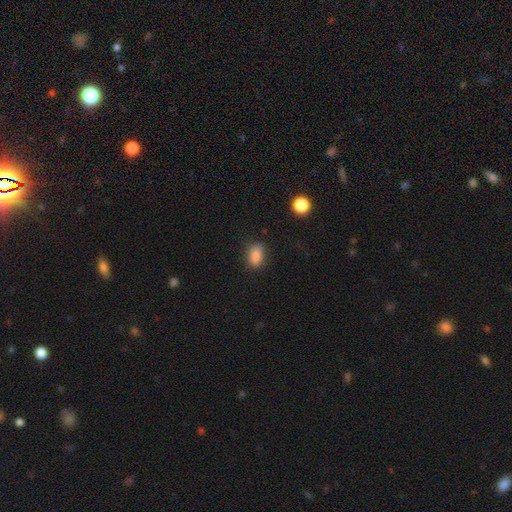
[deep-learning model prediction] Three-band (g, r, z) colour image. It shows a smooth galaxy with no disk features (85%) that is in between round and cigar-shaped (82%). Merging: none (75%).